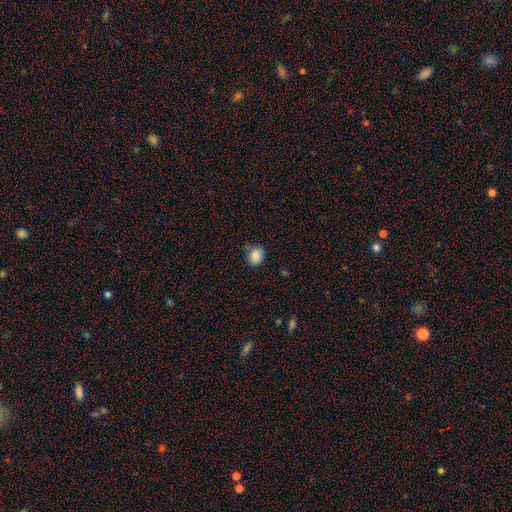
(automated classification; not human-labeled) This appears to be a smooth galaxy with no disk features (86%) that is round (53%). Merging: none (76%).